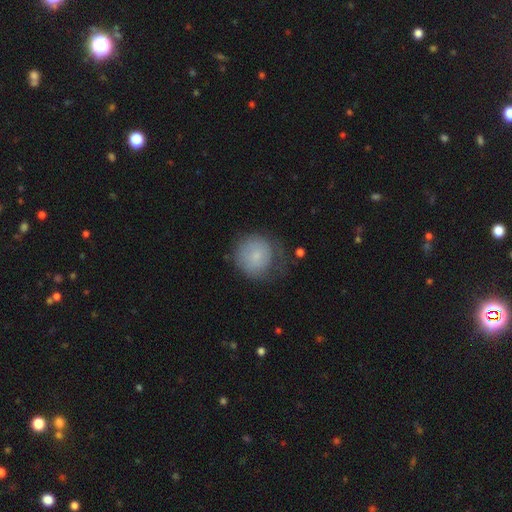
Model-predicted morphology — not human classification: smooth_or_featured: smooth (p=0.69) [alt: featured or disk p=0.23]
how_rounded: round (p=0.88) [alt: in between p=0.11]
merging: none (p=0.52) [alt: minor disturbance p=0.27]